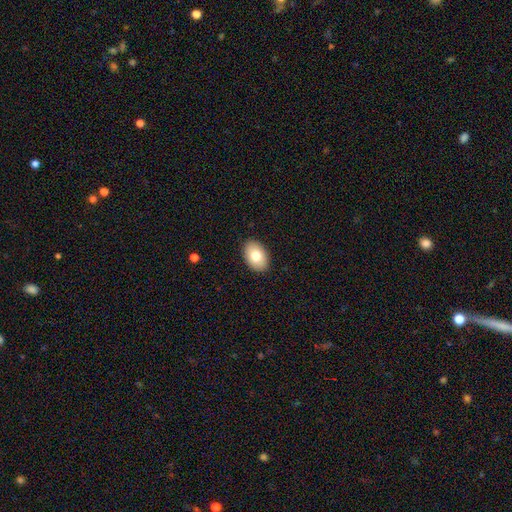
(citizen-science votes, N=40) A smooth galaxy with no disk features (80%) that is in between round and cigar-shaped (81%).

Vote fractions:
- Smooth or featured? smooth: 80% / featured or disk: 18% / star or artifact: 2%
- How rounded? in between: 81% / round: 19% / cigar-shaped: 0%
- Merging? none: 95% / minor disturbance: 3% / major disturbance: 3% / merger: 0%